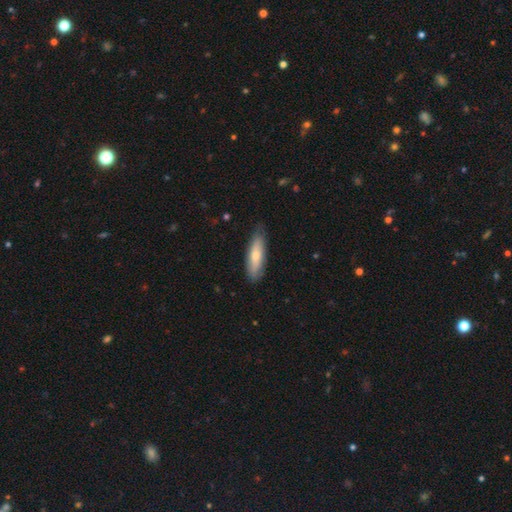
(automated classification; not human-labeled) Smooth or featured?
  - smooth: 69% *
  - featured or disk: 25%
  - star or artifact: 5%
How rounded?
  - cigar-shaped: 57% *
  - in between: 41%
  - round: 2%
Merging?
  - none: 78% *
  - minor disturbance: 18%
  - major disturbance: 3%
  - merger: 1%